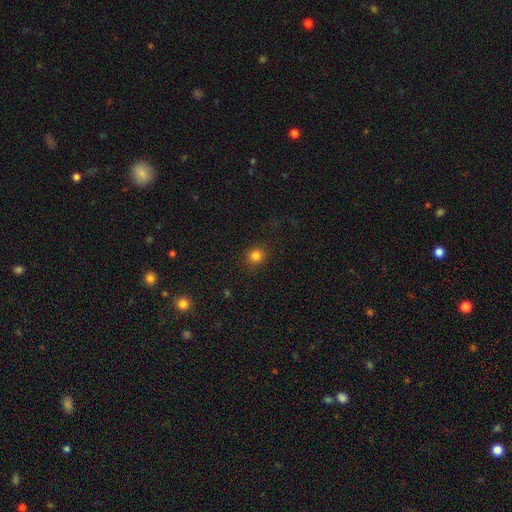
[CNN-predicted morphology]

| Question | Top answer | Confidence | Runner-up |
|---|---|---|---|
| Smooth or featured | smooth | 82% | star or artifact (14%) |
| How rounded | round | 83% | in between (16%) |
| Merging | none | 87% | minor disturbance (8%) |